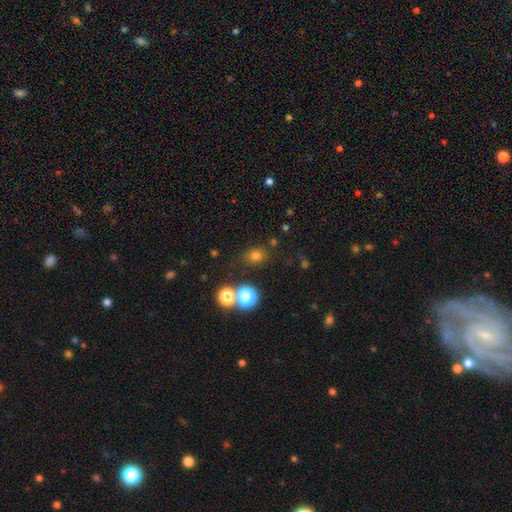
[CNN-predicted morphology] Overall: smooth (71%). How rounded: round (68%; in between 31%). Merging: none (79%).